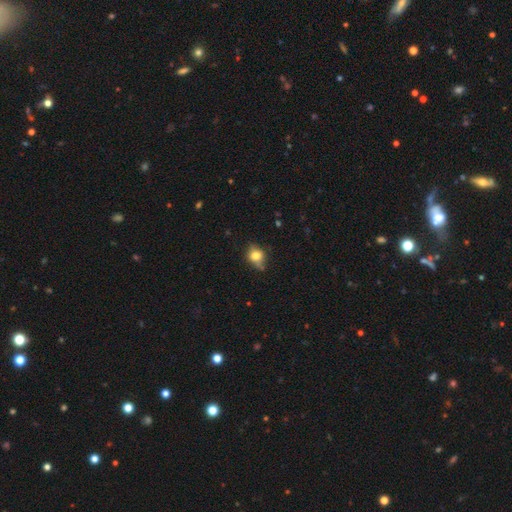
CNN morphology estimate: Overall: smooth (70%). How rounded: round (54%; in between 43%). Merging: none (58%; minor disturbance 30%).